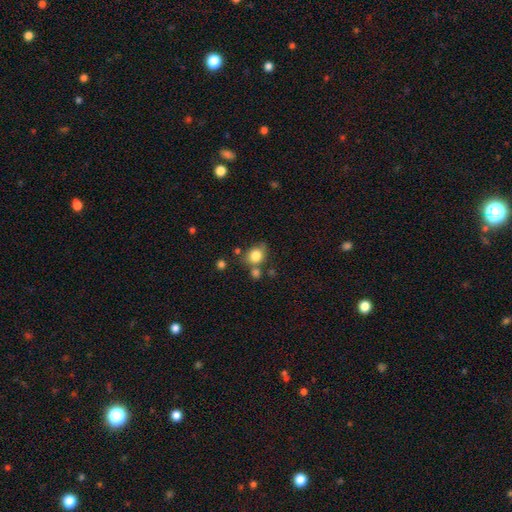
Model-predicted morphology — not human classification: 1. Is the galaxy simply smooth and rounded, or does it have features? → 81% smooth, 10% star or artifact, 9% featured or disk.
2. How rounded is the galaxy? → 67% round, 32% in between, 1% cigar-shaped.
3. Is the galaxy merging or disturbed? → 58% none, 19% minor disturbance, 17% merger, 7% major disturbance.